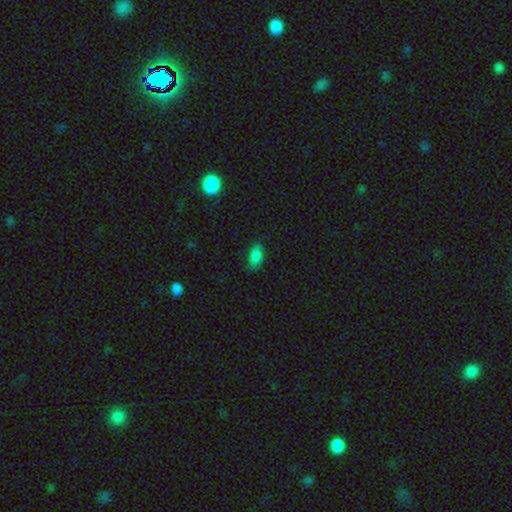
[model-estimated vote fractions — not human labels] Smooth or featured?
  - smooth: 85% *
  - star or artifact: 10%
  - featured or disk: 5%
How rounded?
  - in between: 90% *
  - cigar-shaped: 7%
  - round: 3%
Merging?
  - none: 83% *
  - minor disturbance: 13%
  - major disturbance: 3%
  - merger: 1%